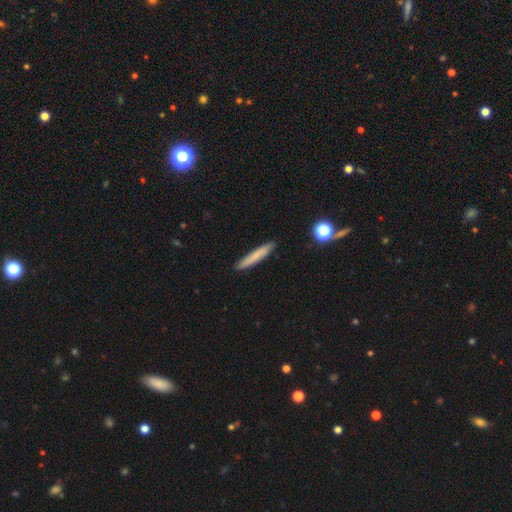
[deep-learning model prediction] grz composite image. It shows a smooth galaxy with no disk features (74%) that is cigar-shaped (94%). Merging: none (89%).